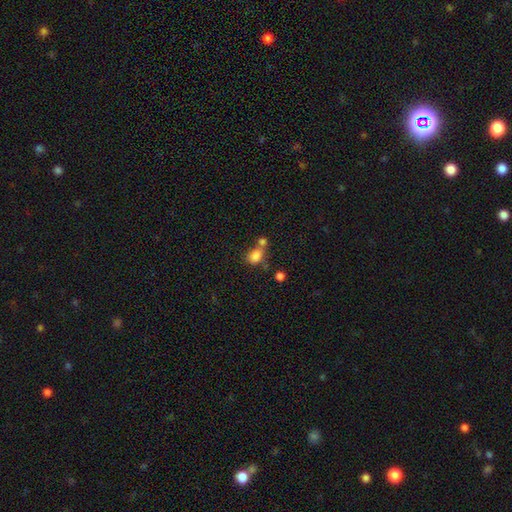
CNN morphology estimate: Smooth or featured? smooth (80%)
How rounded? in between (71%)
Merging? merger (44%)